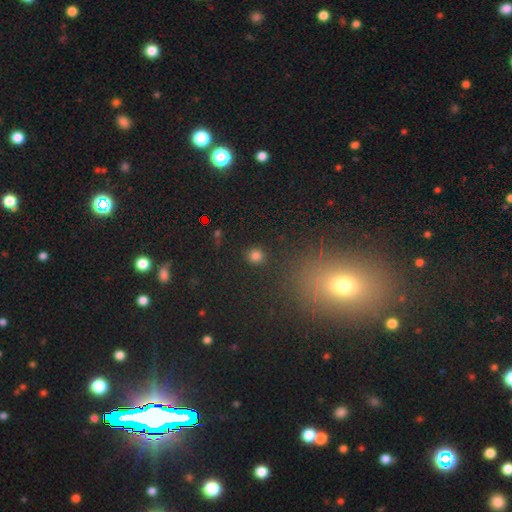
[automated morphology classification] This is likely a smooth galaxy (79%). How rounded: clearly round (92%). Merging: clearly none (90%).